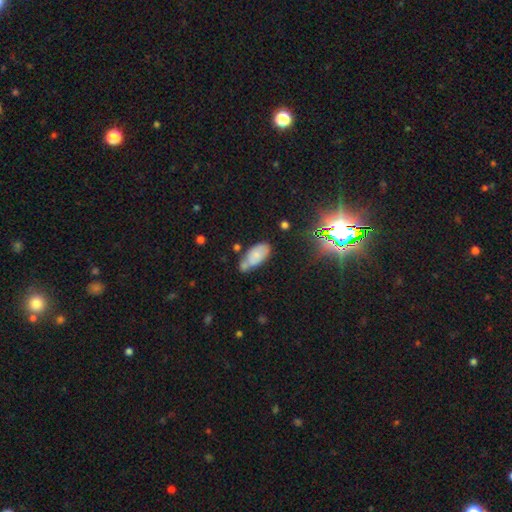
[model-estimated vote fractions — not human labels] Smooth or featured? Predicted: smooth (p=0.72). How rounded? Predicted: in between (p=0.91). Merging? Predicted: none (p=0.47).